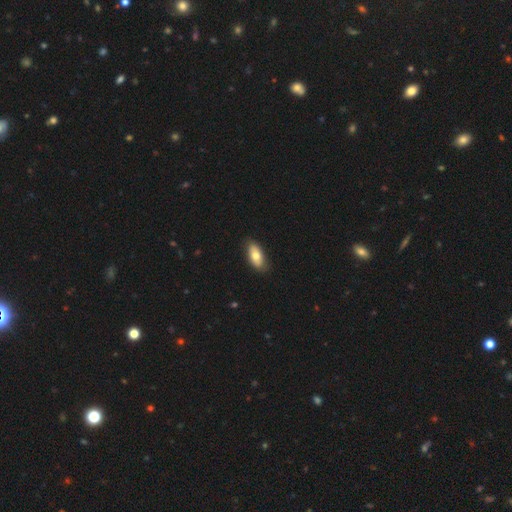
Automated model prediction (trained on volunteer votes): This appears to be a smooth galaxy with no disk features (74%) that is in between round and cigar-shaped (88%). Merging: none (83%).